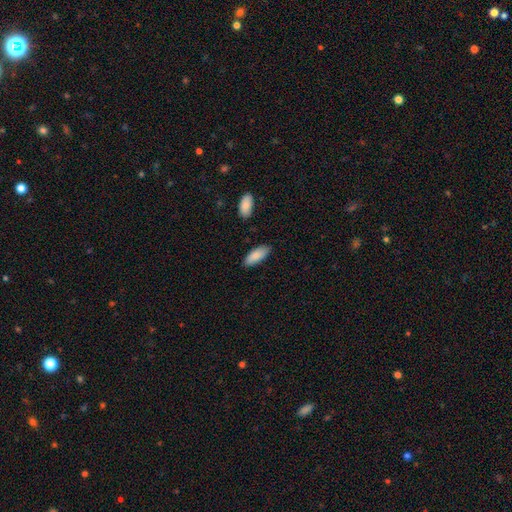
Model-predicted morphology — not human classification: type=smooth (86%); roundness=in between (77%); merging=none (83%).